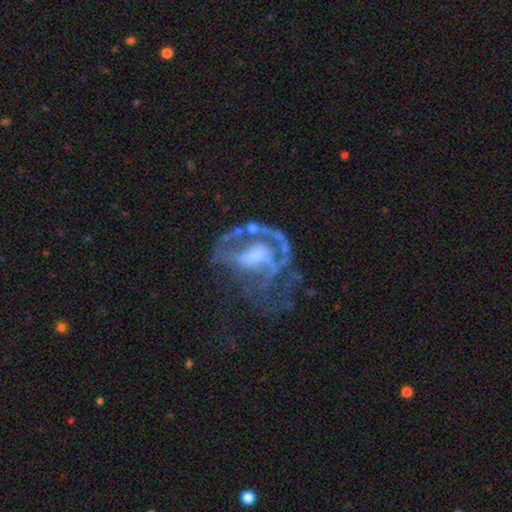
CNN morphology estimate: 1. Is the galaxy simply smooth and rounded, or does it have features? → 76% featured or disk, 14% smooth, 10% star or artifact.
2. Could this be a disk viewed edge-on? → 97% no, 3% yes.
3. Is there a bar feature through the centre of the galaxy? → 59% no, 26% weak, 15% strong.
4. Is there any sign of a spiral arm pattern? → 62% yes, 38% no.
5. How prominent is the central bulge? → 29% moderate, 25% none, 23% large, 17% small, 5% dominant.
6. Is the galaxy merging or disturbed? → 43% major disturbance, 33% none, 17% minor disturbance, 7% merger.